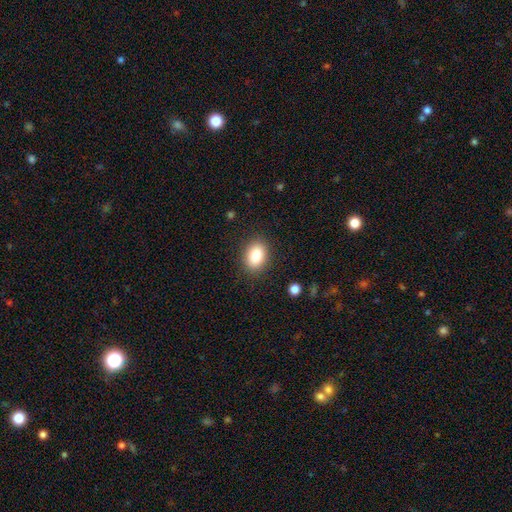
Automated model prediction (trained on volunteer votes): Smooth or featured? smooth (84%)
How rounded? in between (71%)
Merging? none (87%)